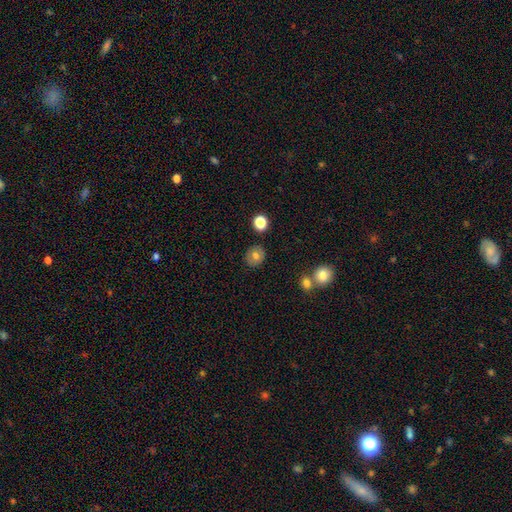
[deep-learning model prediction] The model was most divided on "how rounded": round: 75%, in between: 24%, cigar-shaped: 1%. More confident: merging — none (85%); smooth or featured — smooth (73%).